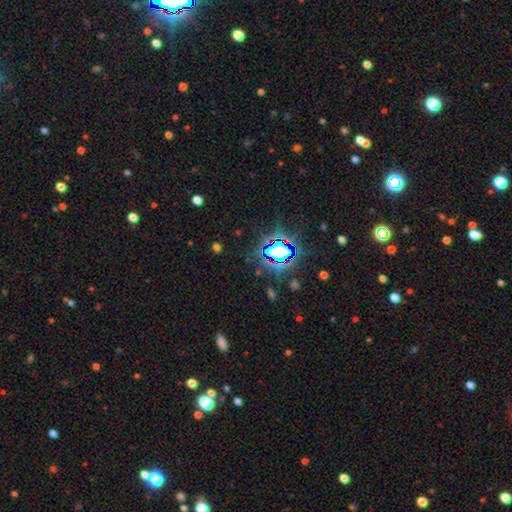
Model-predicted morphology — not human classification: Smooth or featured: star or artifact — 79% (smooth — 13%)